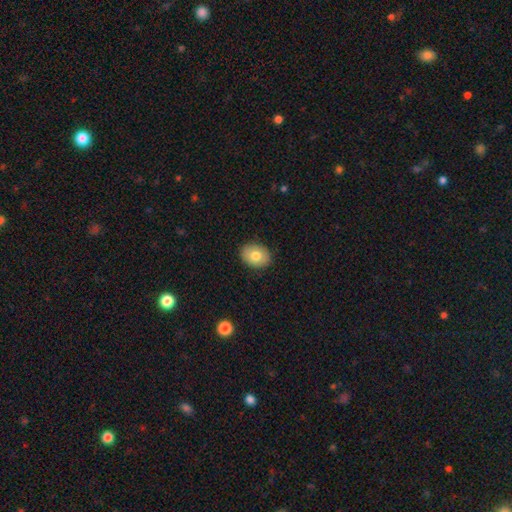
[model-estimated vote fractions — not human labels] Smooth or featured? smooth (77%)
How rounded? in between (62%)
Merging? none (89%)